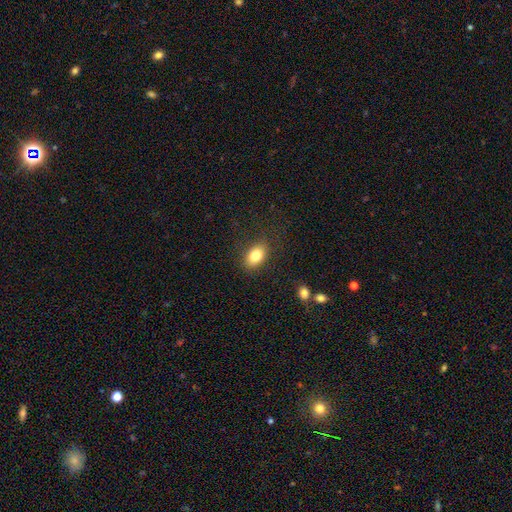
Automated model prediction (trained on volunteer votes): Overall: smooth (81%). How rounded: in between (84%). Merging: none (85%).